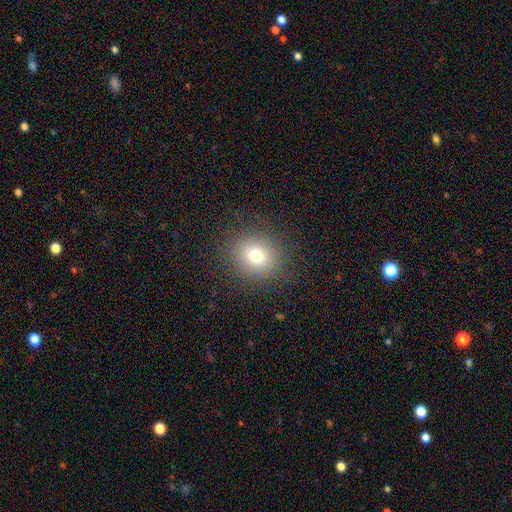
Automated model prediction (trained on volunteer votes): Smooth or featured?
  - smooth: 75% *
  - star or artifact: 15%
  - featured or disk: 10%
How rounded?
  - round: 79% *
  - in between: 20%
  - cigar-shaped: 1%
Merging?
  - none: 87% *
  - minor disturbance: 8%
  - major disturbance: 4%
  - merger: 1%